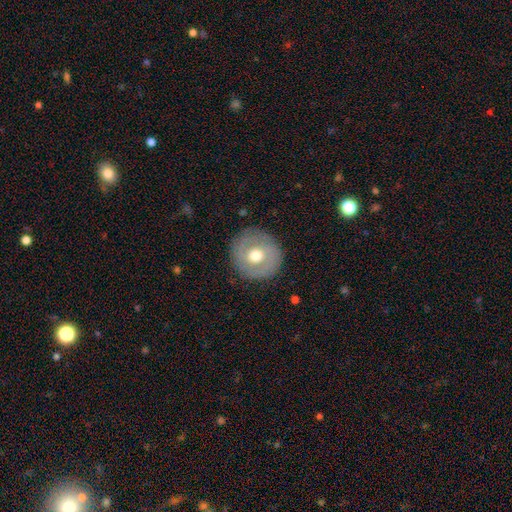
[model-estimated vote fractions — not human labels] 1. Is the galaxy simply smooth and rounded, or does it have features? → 48% featured or disk, 44% smooth, 7% star or artifact.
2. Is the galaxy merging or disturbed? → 86% none, 10% minor disturbance, 4% major disturbance, 1% merger.